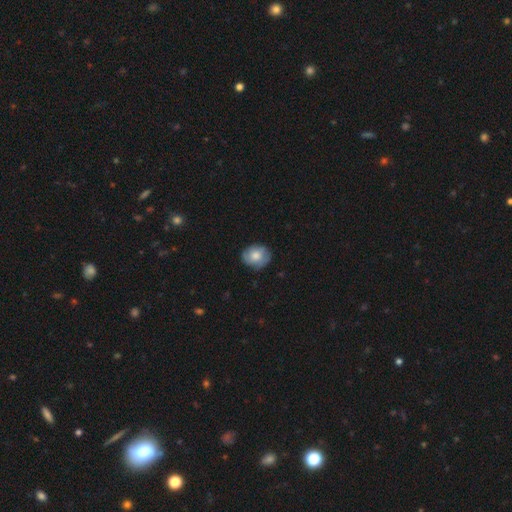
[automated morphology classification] Smooth or featured?
  - smooth: 58% *
  - featured or disk: 35%
  - star or artifact: 7%
How rounded?
  - round: 63% *
  - in between: 36%
  - cigar-shaped: 1%
Merging?
  - none: 75% *
  - minor disturbance: 19%
  - major disturbance: 5%
  - merger: 1%